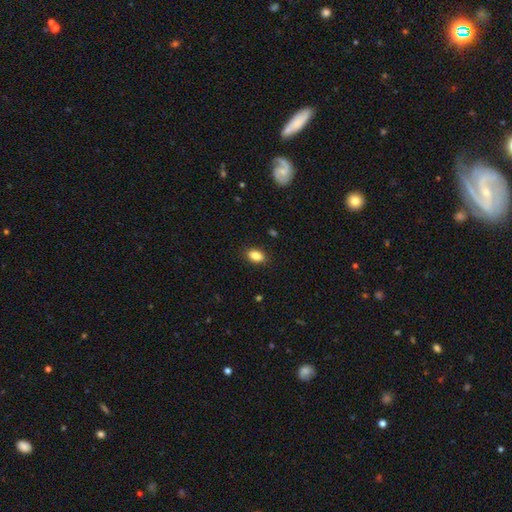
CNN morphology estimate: The model was most divided on "how rounded": in between: 88%, round: 10%, cigar-shaped: 2%. More confident: merging — none (88%); smooth or featured — smooth (86%).